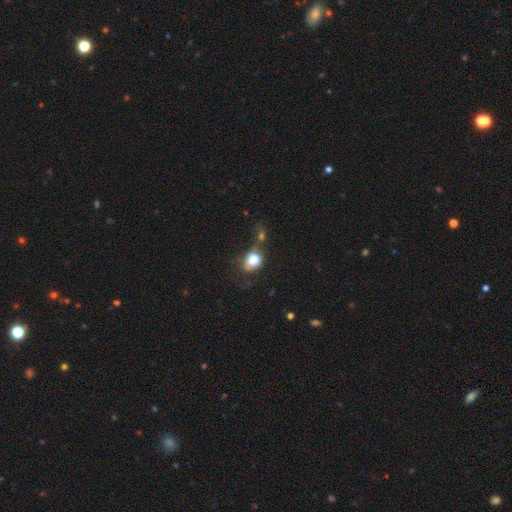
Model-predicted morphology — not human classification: smooth-or-featured: smooth: 50% | star or artifact: 36% | featured or disk: 14%
  merging: none: 60% | merger: 22% | minor disturbance: 11% | major disturbance: 8%